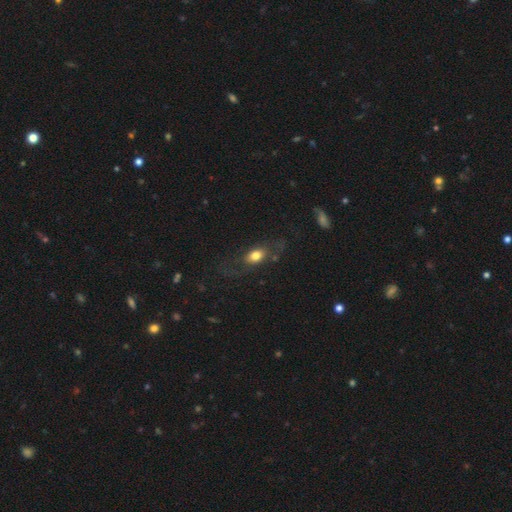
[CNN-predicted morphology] Smooth or featured: smooth — 65% (featured or disk — 27%)
How rounded: in between — 76% (round — 16%)
Merging: none — 58% (major disturbance — 20%)